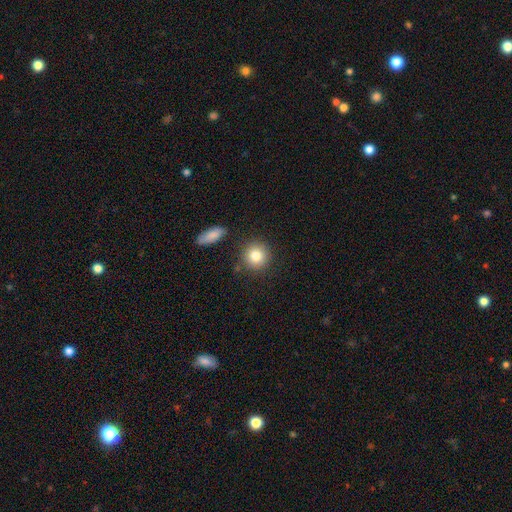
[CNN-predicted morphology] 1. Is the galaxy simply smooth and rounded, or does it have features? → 82% smooth, 9% star or artifact, 9% featured or disk.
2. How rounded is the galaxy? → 91% round, 8% in between, 1% cigar-shaped.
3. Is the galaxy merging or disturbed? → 82% none, 9% minor disturbance, 6% merger, 3% major disturbance.